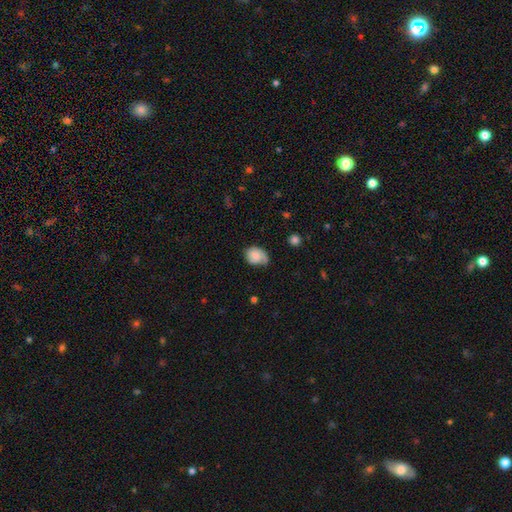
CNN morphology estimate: A smooth galaxy with no disk features (68%) that is in between round and cigar-shaped (59%). Merging: none (45%).